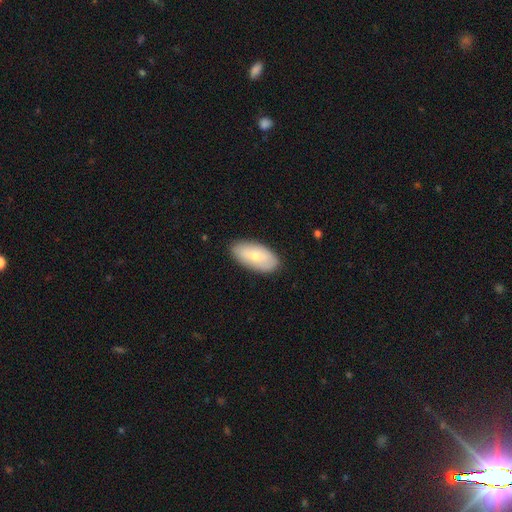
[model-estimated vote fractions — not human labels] smooth_or_featured: smooth (p=0.69) [alt: featured or disk p=0.25]
how_rounded: in between (p=0.94) [alt: cigar-shaped p=0.03]
merging: none (p=0.85) [alt: minor disturbance p=0.11]